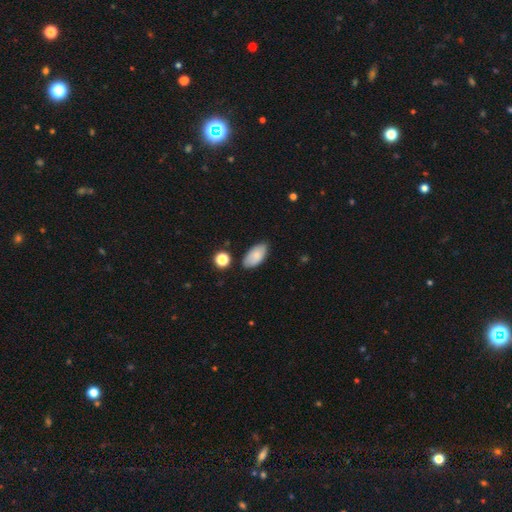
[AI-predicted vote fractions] smooth 84%, featured or disk 10%, star or artifact 7%. Down the decision tree: how rounded — in between (94%); merging — none (79%).